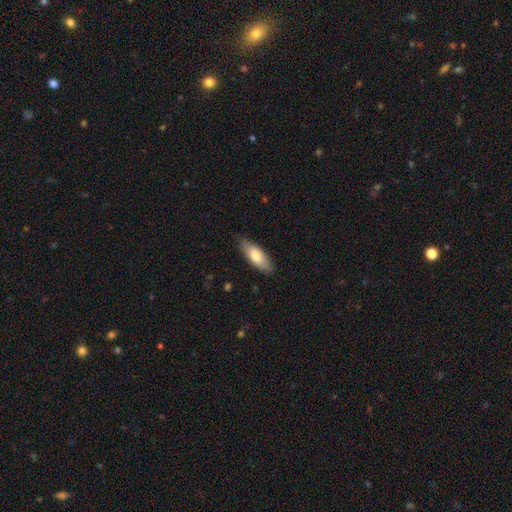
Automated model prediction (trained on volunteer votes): Morphology: type=smooth (75%); roundness=in between (71%); merging=none (85%).